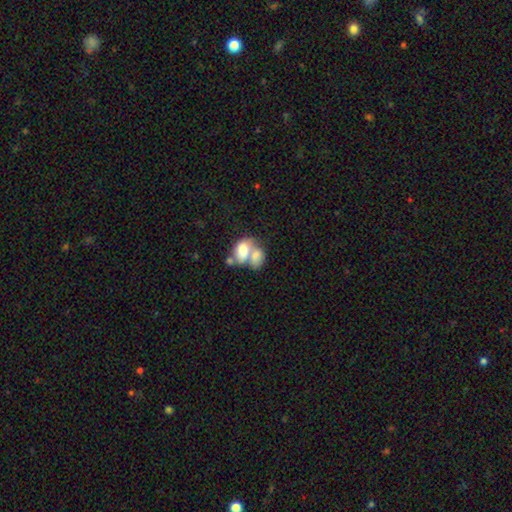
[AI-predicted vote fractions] This is likely a smooth galaxy (72%). How rounded: clearly in between (83%). Merging: likely merger (74%).